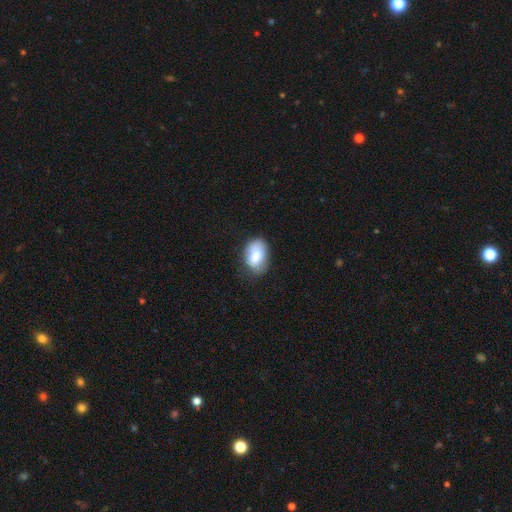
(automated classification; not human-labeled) This is likely a smooth galaxy (79%). How rounded: clearly in between (87%). Merging: likely none (66%).